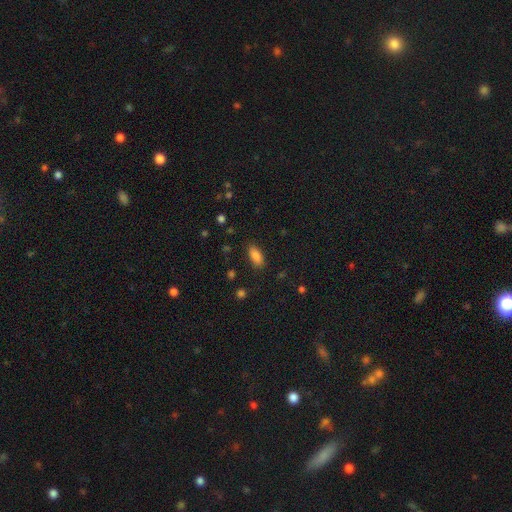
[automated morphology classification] Smooth or featured?
  - smooth: 86% *
  - star or artifact: 9%
  - featured or disk: 5%
How rounded?
  - in between: 86% *
  - cigar-shaped: 12%
  - round: 3%
Merging?
  - none: 85% *
  - minor disturbance: 11%
  - major disturbance: 3%
  - merger: 1%